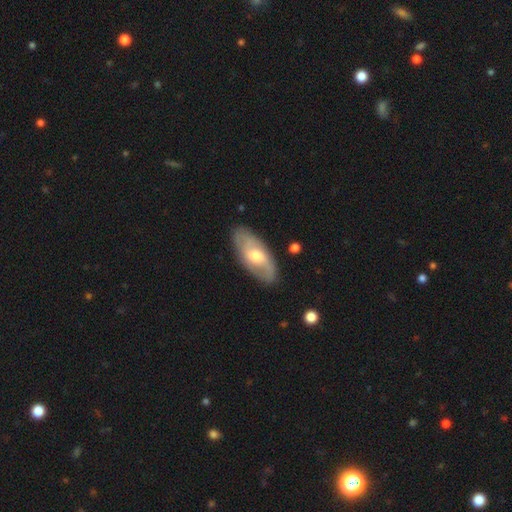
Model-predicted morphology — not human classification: smooth-or-featured: featured or disk: 60% | smooth: 35% | star or artifact: 5%
  disk-edge-on: no: 86% | yes: 14%
    bar: no: 56% | weak: 36% | strong: 8%
    has-spiral-arms: yes: 73% | no: 27%
    bulge-size: moderate: 67% | small: 17% | large: 14% | none: 2% | dominant: 1%
  merging: none: 82% | minor disturbance: 13% | major disturbance: 4% | merger: 1%